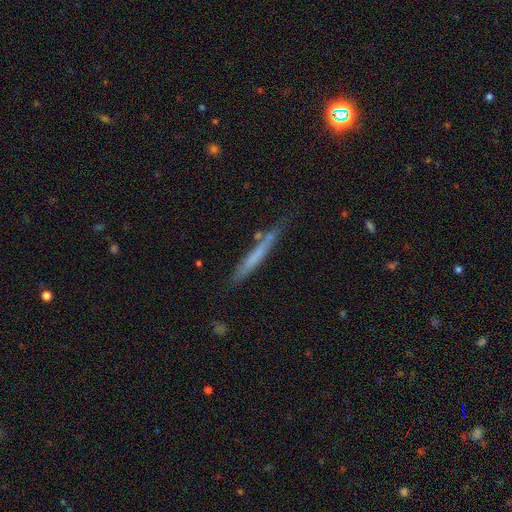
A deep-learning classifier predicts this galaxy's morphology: smooth-or-featured: smooth: 58% | featured or disk: 35% | star or artifact: 7%
  how-rounded: cigar-shaped: 96% | in between: 3% | round: 1%
  merging: none: 73% | minor disturbance: 18% | merger: 5% | major disturbance: 4%